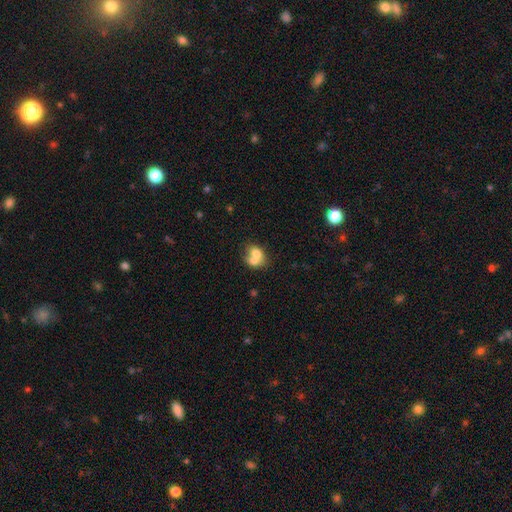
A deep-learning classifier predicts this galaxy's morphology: Overall: smooth (67%). How rounded: in between (51%; round 48%). Merging: merger (68%).